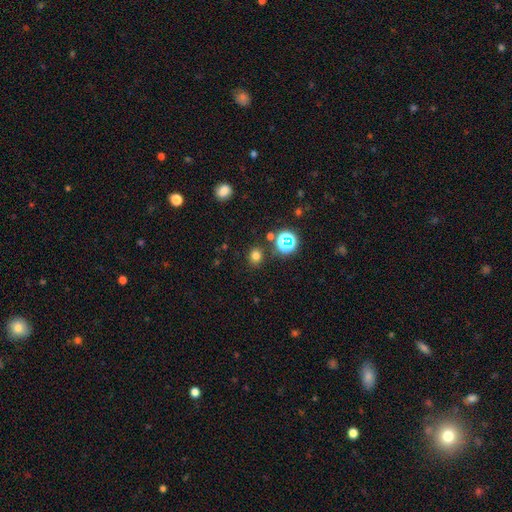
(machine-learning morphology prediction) smooth 73%, star or artifact 21%, featured or disk 6%. Down the decision tree: how rounded — round (76%); merging — none (85%).